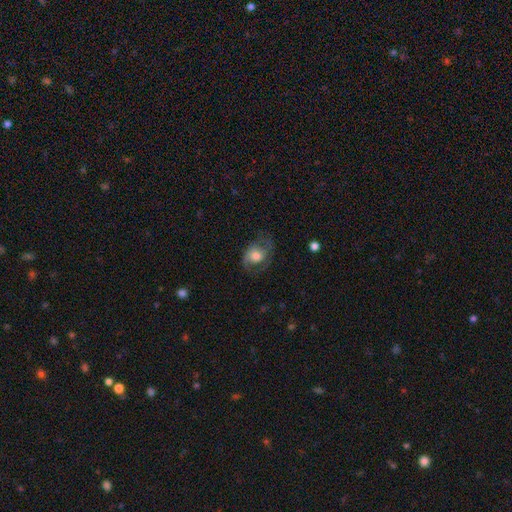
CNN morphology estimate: This appears to be a featured or disk galaxy (51%). Merging: none (55%).